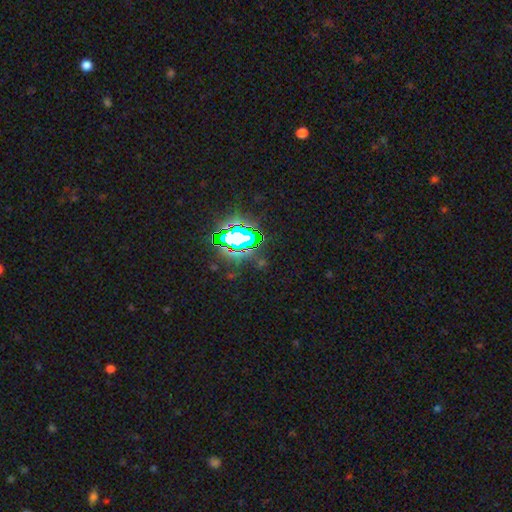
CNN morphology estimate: This is clearly a star or artifact rather than a galaxy (80%).